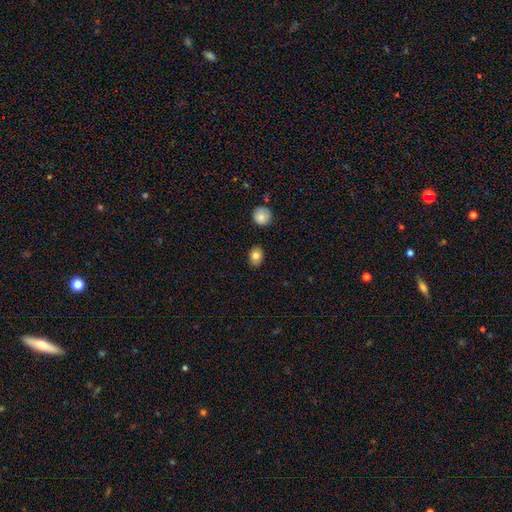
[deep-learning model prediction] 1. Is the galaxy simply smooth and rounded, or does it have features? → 82% smooth, 9% star or artifact, 9% featured or disk.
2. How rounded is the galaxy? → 58% in between, 41% round, 1% cigar-shaped.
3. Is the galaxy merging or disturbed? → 87% none, 9% minor disturbance, 2% merger, 2% major disturbance.